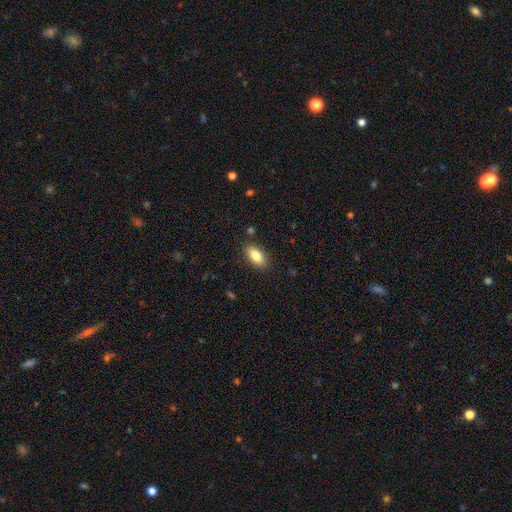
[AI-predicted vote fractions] smooth-or-featured: smooth: 84% | featured or disk: 8% | star or artifact: 7%
  how-rounded: in between: 90% | cigar-shaped: 7% | round: 3%
  merging: none: 87% | minor disturbance: 10% | major disturbance: 2% | merger: 1%